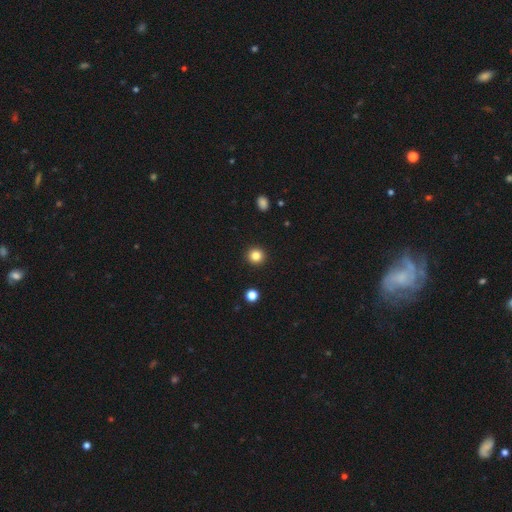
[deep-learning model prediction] Overall: smooth (84%). How rounded: round (94%). Merging: none (93%).